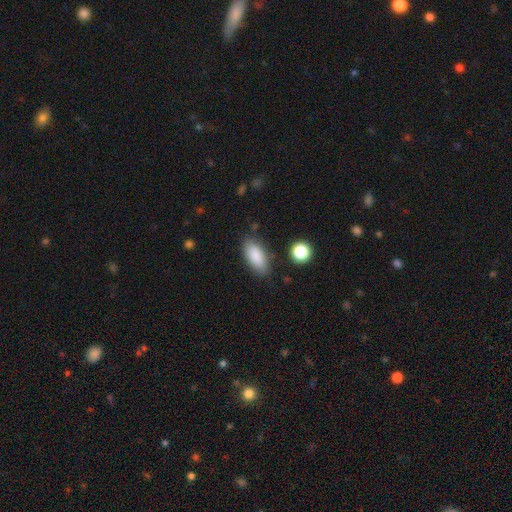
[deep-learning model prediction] Smooth or featured?
  - smooth: 87% *
  - star or artifact: 7%
  - featured or disk: 7%
How rounded?
  - in between: 88% *
  - cigar-shaped: 9%
  - round: 3%
Merging?
  - none: 81% *
  - minor disturbance: 13%
  - major disturbance: 3%
  - merger: 3%